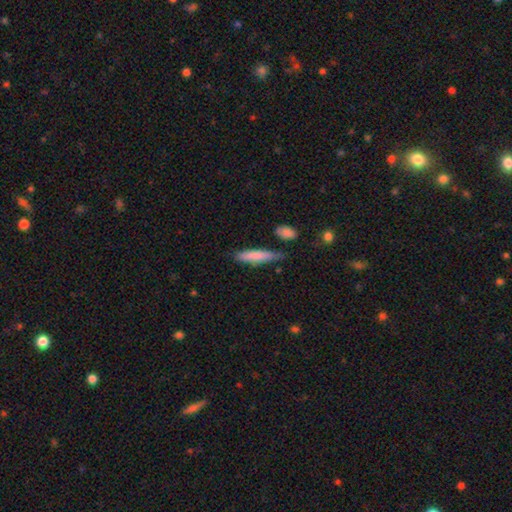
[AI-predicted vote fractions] Smooth or featured?
  - smooth: 77% *
  - featured or disk: 17%
  - star or artifact: 6%
How rounded?
  - cigar-shaped: 84% *
  - in between: 15%
  - round: 2%
Merging?
  - none: 71% *
  - minor disturbance: 20%
  - merger: 5%
  - major disturbance: 4%